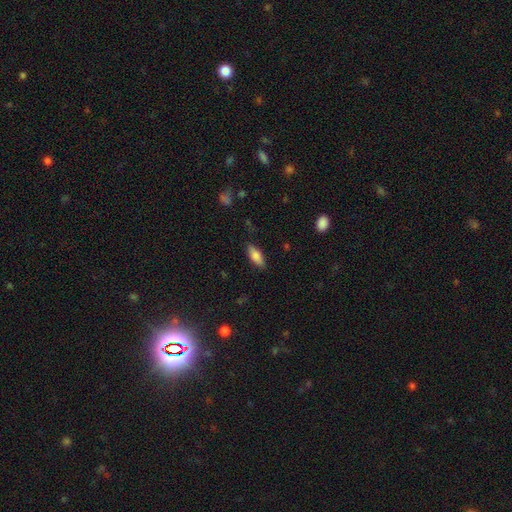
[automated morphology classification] smooth-or-featured: smooth: 80% | featured or disk: 13% | star or artifact: 7%
  how-rounded: in between: 74% | cigar-shaped: 24% | round: 2%
  merging: none: 84% | minor disturbance: 12% | major disturbance: 3% | merger: 1%